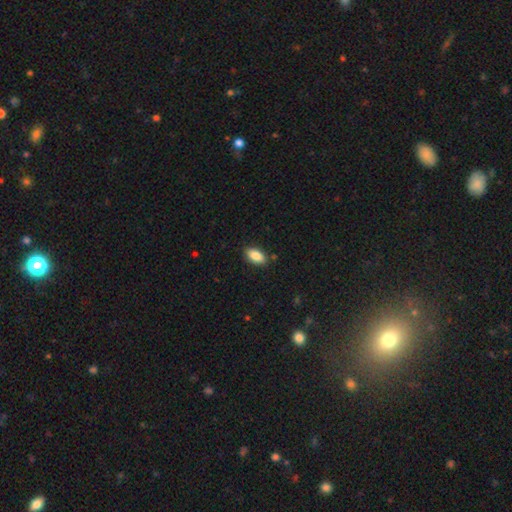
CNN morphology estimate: This is clearly a smooth galaxy (86%). How rounded: clearly in between (92%). Merging: clearly none (87%).